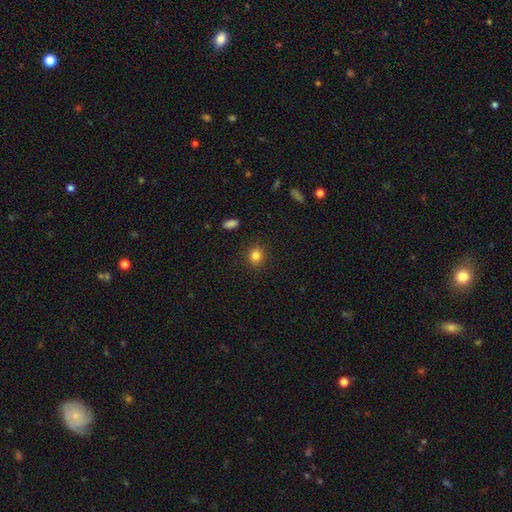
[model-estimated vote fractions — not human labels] smooth 84%, star or artifact 11%, featured or disk 5%. Down the decision tree: how rounded — round (73%); merging — none (89%).